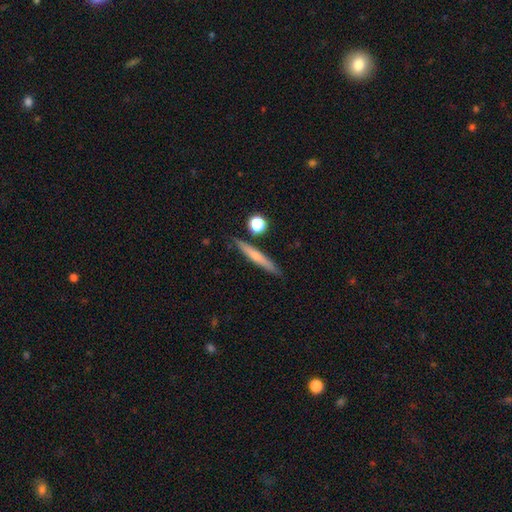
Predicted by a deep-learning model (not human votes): Morphology: type=smooth (53%); roundness=cigar-shaped (93%); merging=none (85%).